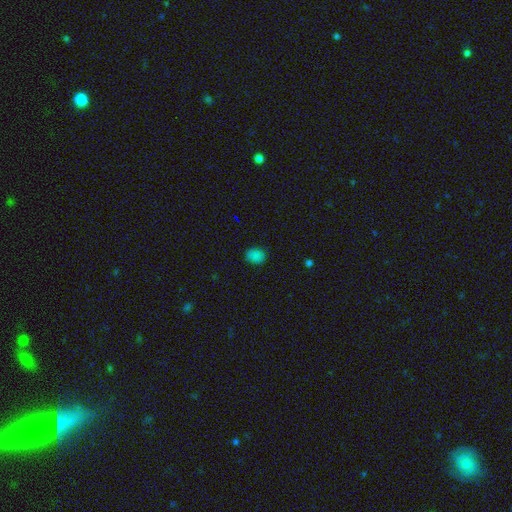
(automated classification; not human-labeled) This appears to be a smooth galaxy with no disk features (82%) that is round (51%). Merging: none (86%).